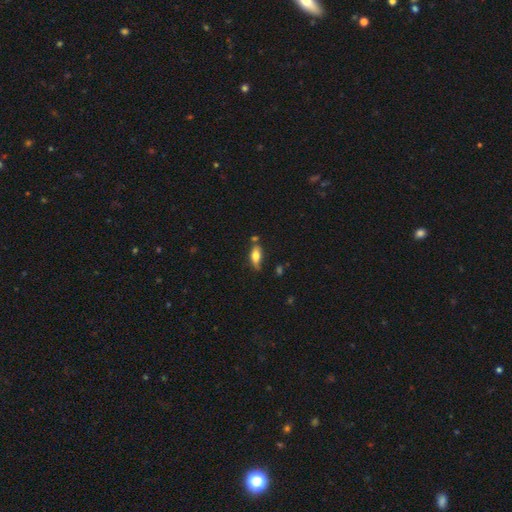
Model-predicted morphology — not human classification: smooth 67%, featured or disk 26%, star or artifact 7%. Down the decision tree: how rounded — in between (75%); merging — none (66%).